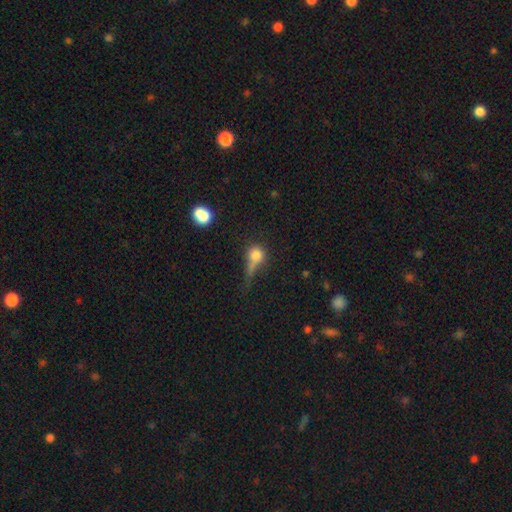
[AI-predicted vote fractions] Smooth or featured: smooth — 74% (featured or disk — 14%)
How rounded: round — 74% (in between — 22%)
Merging: none — 32% (major disturbance — 29%)